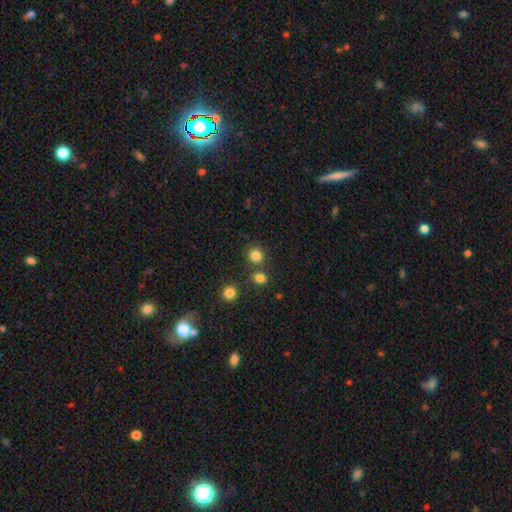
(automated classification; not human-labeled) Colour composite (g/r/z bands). It shows a smooth galaxy with no disk features (82%) that is round (86%). Merging: none (74%).